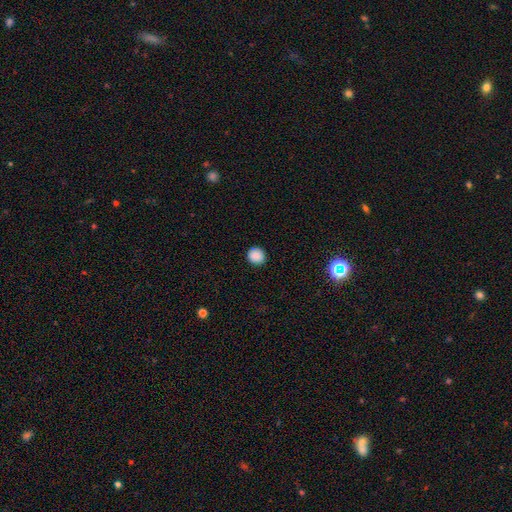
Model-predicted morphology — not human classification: type=smooth (88%); roundness=round (90%); merging=none (92%).